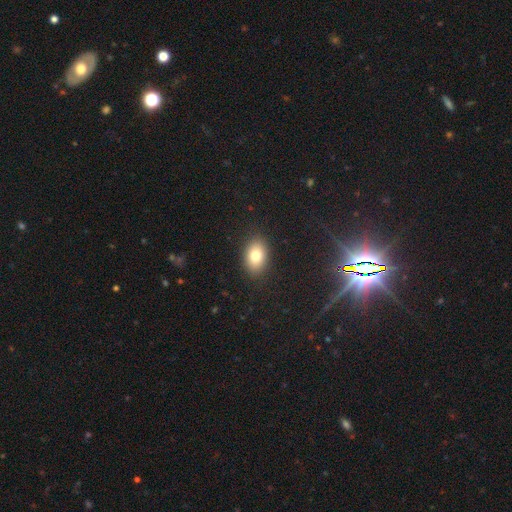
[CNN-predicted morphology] A smooth galaxy with no disk features (79%) that is in between round and cigar-shaped (84%). Merging: none (88%).